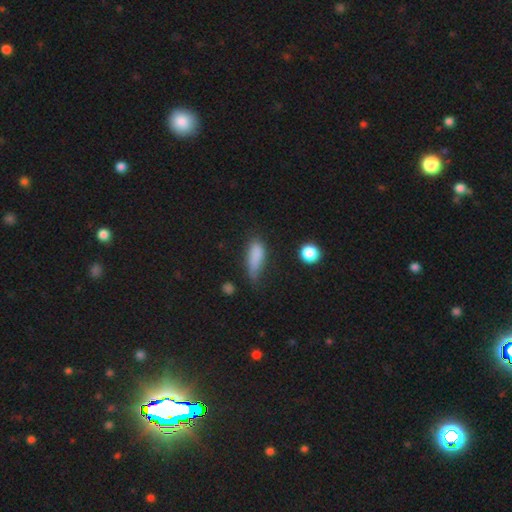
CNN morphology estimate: This is clearly a smooth galaxy (80%). How rounded: likely in between (63%). Merging: marginally minor disturbance (40%).